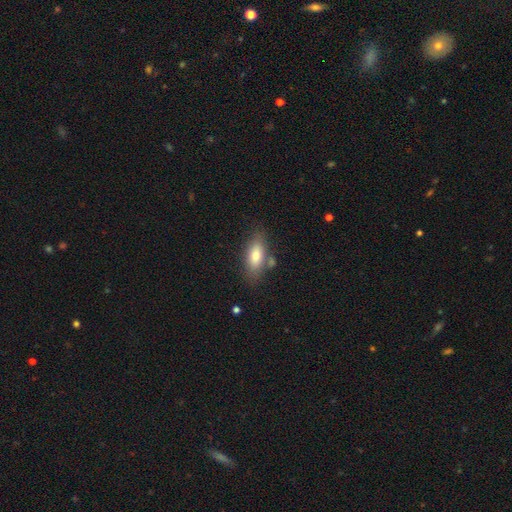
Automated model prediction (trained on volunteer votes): Smooth or featured? Predicted: smooth (p=0.78). How rounded? Predicted: in between (p=0.83). Merging? Predicted: none (p=0.71).